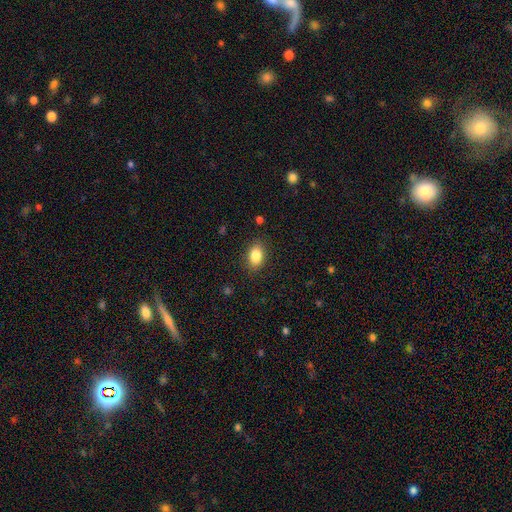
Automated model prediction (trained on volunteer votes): smooth 85%, star or artifact 9%, featured or disk 6%. Down the decision tree: how rounded — in between (84%); merging — none (87%).